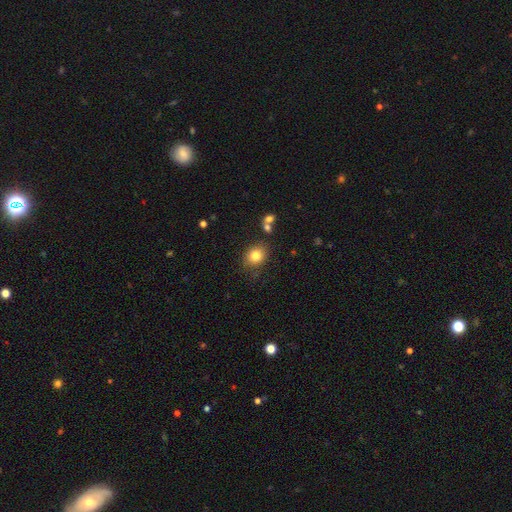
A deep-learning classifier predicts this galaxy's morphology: smooth-or-featured: smooth: 81% | star or artifact: 11% | featured or disk: 8%
  how-rounded: round: 54% | in between: 46% | cigar-shaped: 1%
  merging: none: 78% | minor disturbance: 14% | merger: 5% | major disturbance: 4%